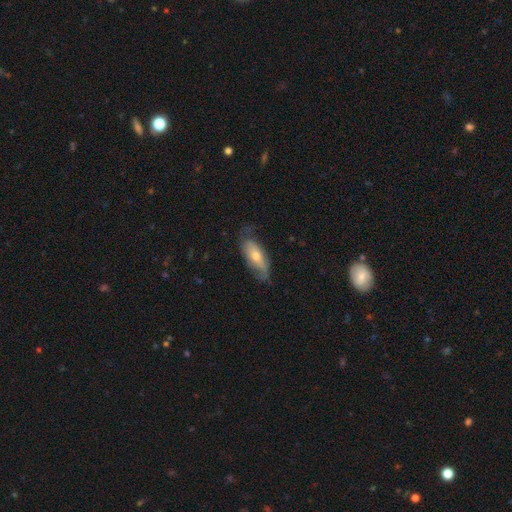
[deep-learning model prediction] smooth_or_featured: smooth (p=0.49) [alt: featured or disk p=0.44]
merging: none (p=0.62) [alt: minor disturbance p=0.27]